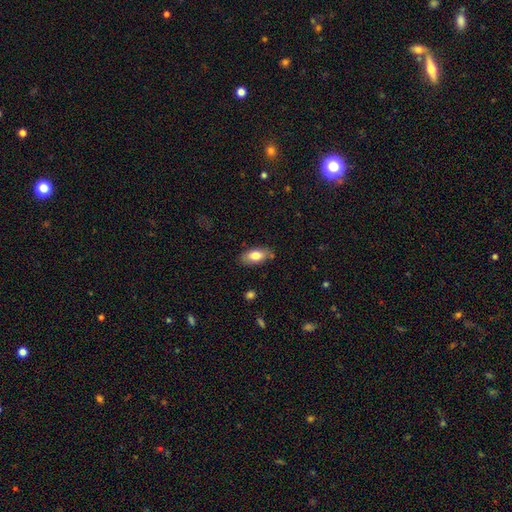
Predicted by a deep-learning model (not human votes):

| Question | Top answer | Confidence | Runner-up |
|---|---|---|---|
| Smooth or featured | smooth | 78% | featured or disk (15%) |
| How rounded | in between | 90% | cigar-shaped (7%) |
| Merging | none | 80% | minor disturbance (15%) |